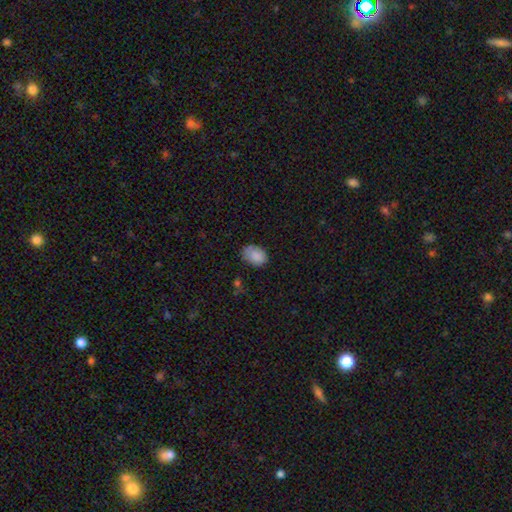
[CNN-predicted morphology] The model was most divided on "merging": none: 68%, minor disturbance: 26%, major disturbance: 5%, merger: 2%. More confident: smooth or featured — smooth (86%); how rounded — in between (75%).